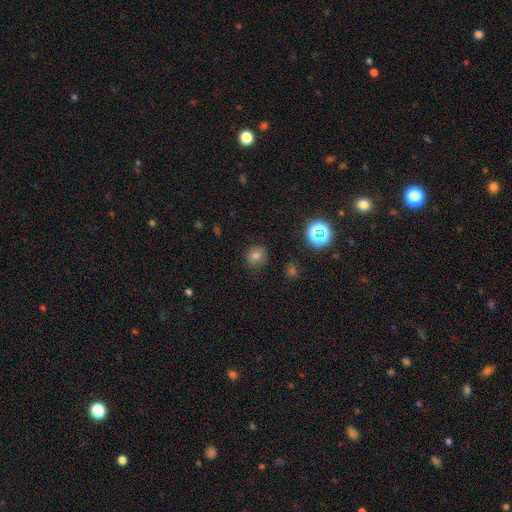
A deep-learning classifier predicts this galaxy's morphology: smooth 75%, star or artifact 18%, featured or disk 7%. Down the decision tree: how rounded — round (84%); merging — none (86%).